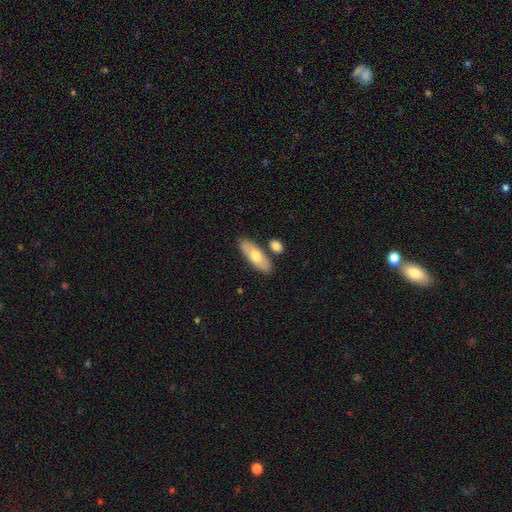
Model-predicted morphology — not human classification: A smooth galaxy with no disk features (65%) that is in between round and cigar-shaped (70%). Merging: none (77%).